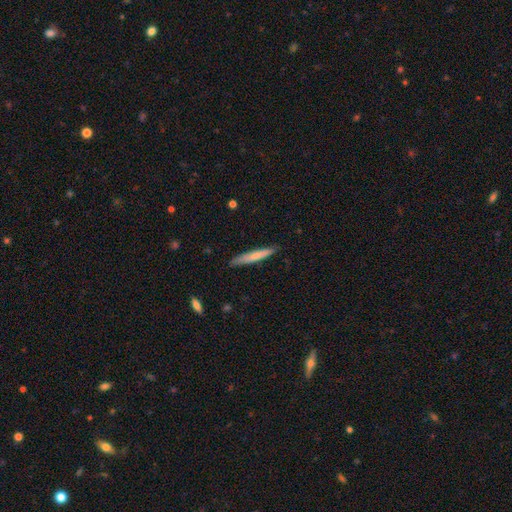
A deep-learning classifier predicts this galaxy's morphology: smooth 66%, featured or disk 29%, star or artifact 6%. Down the decision tree: how rounded — cigar-shaped (94%); merging — none (87%).